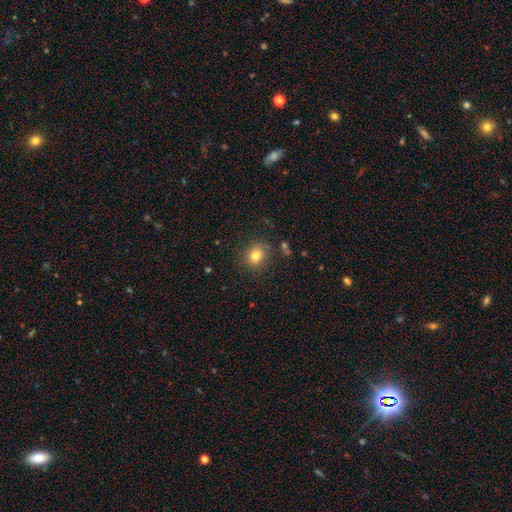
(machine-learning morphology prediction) Smooth or featured: smooth — 79% (star or artifact — 13%)
How rounded: round — 65% (in between — 34%)
Merging: none — 84% (minor disturbance — 10%)